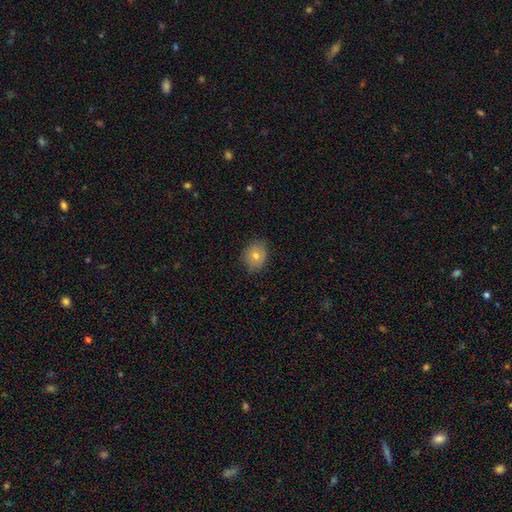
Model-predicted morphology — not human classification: Smooth or featured? smooth (70%)
How rounded? round (64%)
Merging? none (82%)